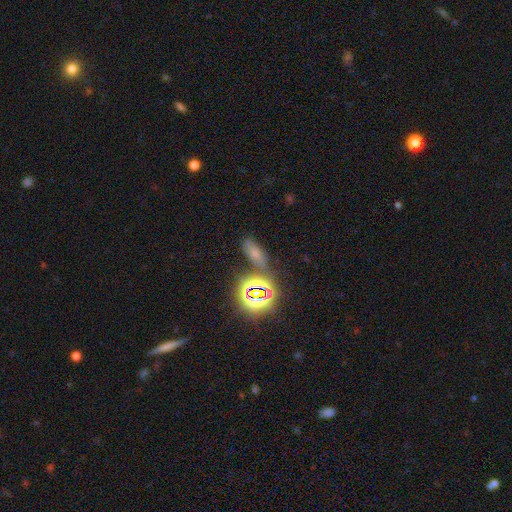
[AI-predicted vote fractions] Smooth or featured: star or artifact — 45% (smooth — 40%)